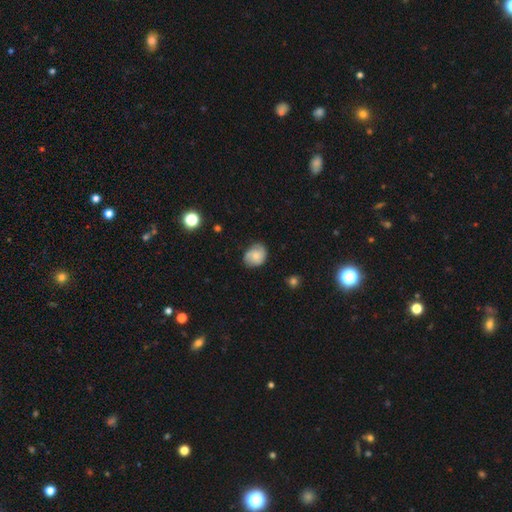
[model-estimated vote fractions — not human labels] Smooth or featured? smooth (56%)
How rounded? round (54%)
Merging? none (67%)